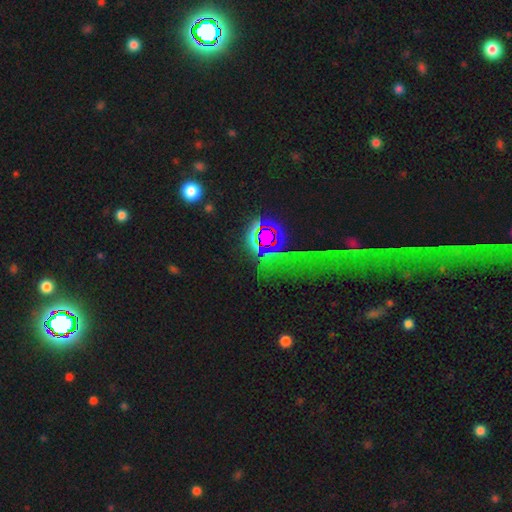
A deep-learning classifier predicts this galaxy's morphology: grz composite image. It shows a star or artifact, not a galaxy (64%).